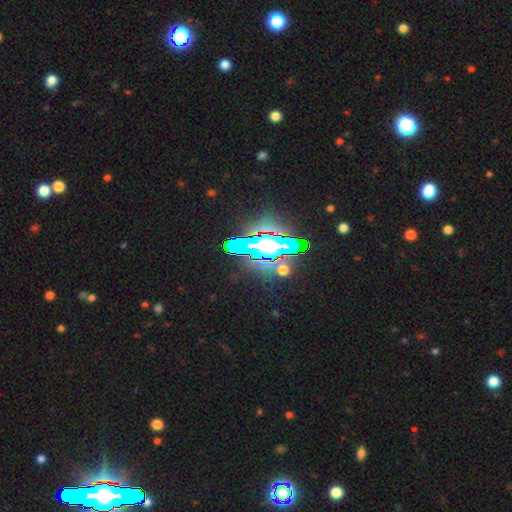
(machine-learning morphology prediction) Smooth or featured?
  - star or artifact: 67% *
  - featured or disk: 17%
  - smooth: 15%